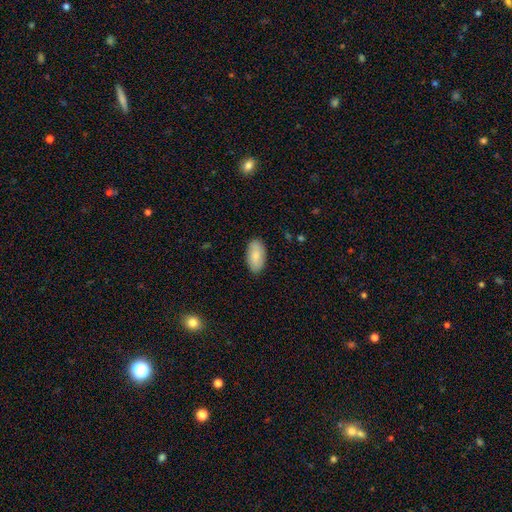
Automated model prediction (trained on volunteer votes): Smooth or featured? smooth (84%)
How rounded? in between (95%)
Merging? none (87%)